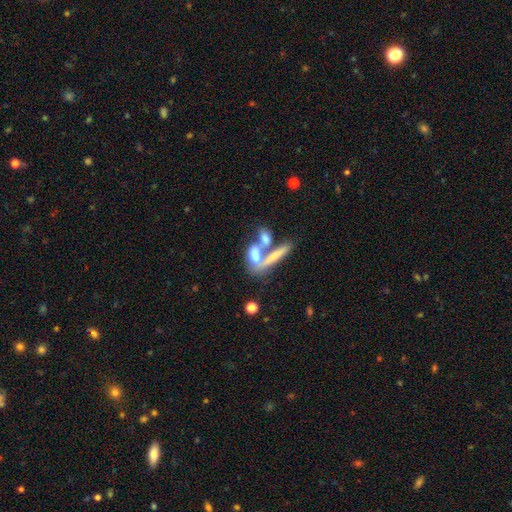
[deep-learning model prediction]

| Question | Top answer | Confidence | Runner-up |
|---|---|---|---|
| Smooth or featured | smooth | 61% | featured or disk (30%) |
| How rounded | in between | 55% | cigar-shaped (37%) |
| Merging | merger | 55% | none (26%) |